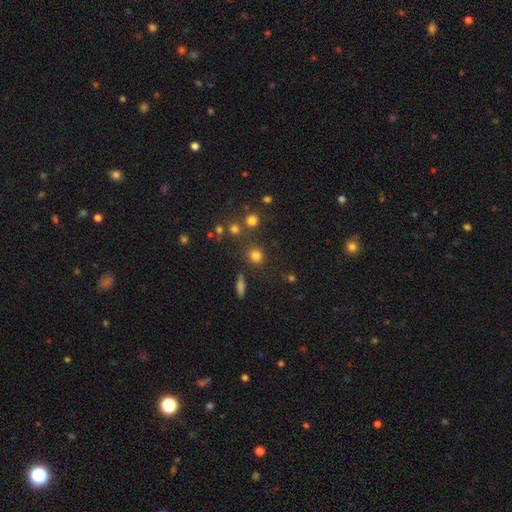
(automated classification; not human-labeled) Morphology: type=smooth (79%); roundness=round (86%); merging=none (79%).